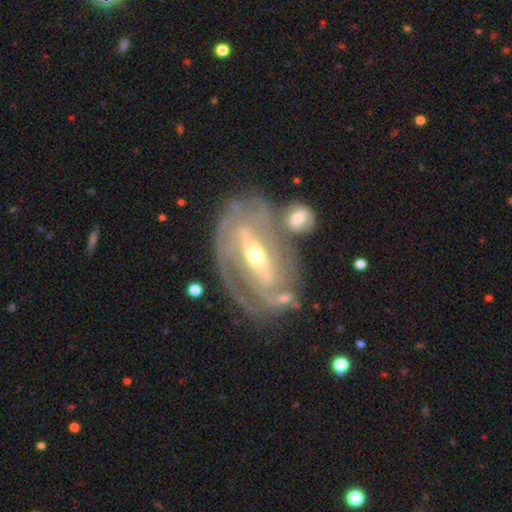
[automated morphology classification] smooth_or_featured: featured or disk (p=0.87) [alt: smooth p=0.08]
disk_edge_on: no (p=0.93) [alt: yes p=0.07]
bar: strong (p=0.53) [alt: weak p=0.30]
has_spiral_arms: yes (p=0.90) [alt: no p=0.10]
spiral_winding: tight (p=0.61) [alt: medium p=0.30]
spiral_arm_count: 2 (p=0.40) [alt: can't tell p=0.28]
bulge_size: moderate (p=0.51) [alt: small p=0.44]
merging: none (p=0.53) [alt: merger p=0.18]